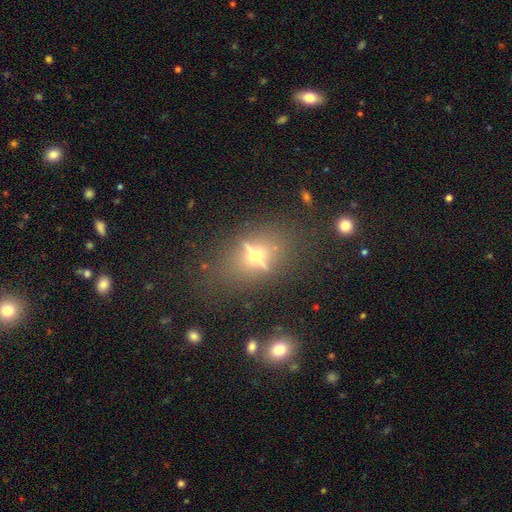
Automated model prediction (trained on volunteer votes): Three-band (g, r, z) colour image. It shows a featured or disk galaxy (49%). Merging: none (69%).